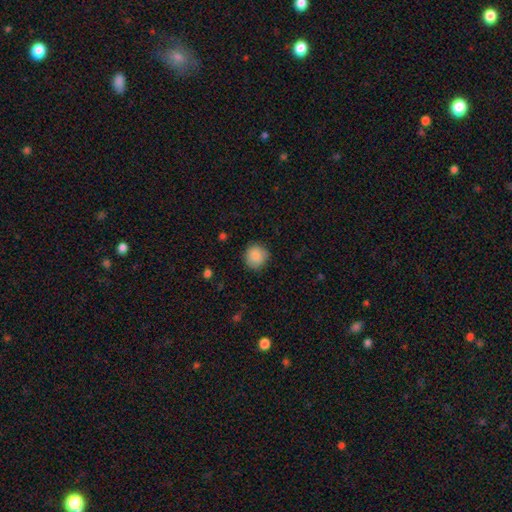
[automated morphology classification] Smooth or featured?
  - smooth: 87% *
  - star or artifact: 8%
  - featured or disk: 5%
How rounded?
  - round: 92% *
  - in between: 8%
  - cigar-shaped: 1%
Merging?
  - none: 85% *
  - minor disturbance: 11%
  - major disturbance: 3%
  - merger: 1%